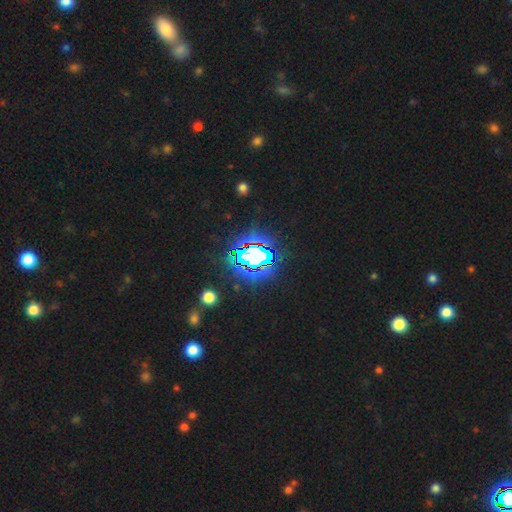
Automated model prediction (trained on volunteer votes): Smooth or featured?
  - star or artifact: 73% *
  - smooth: 13%
  - featured or disk: 13%